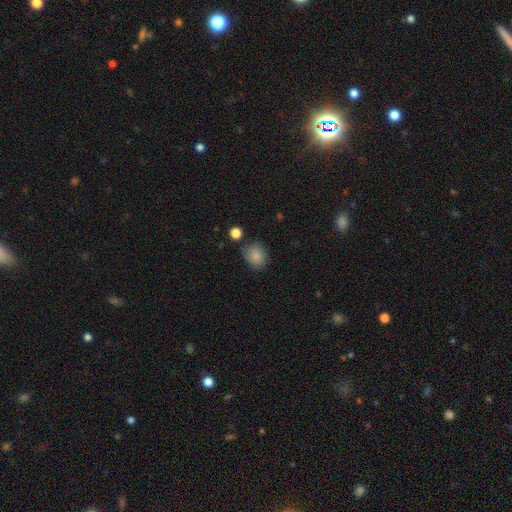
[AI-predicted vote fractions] Smooth or featured: smooth — 85% (star or artifact — 9%)
How rounded: round — 62% (in between — 37%)
Merging: none — 73% (minor disturbance — 18%)